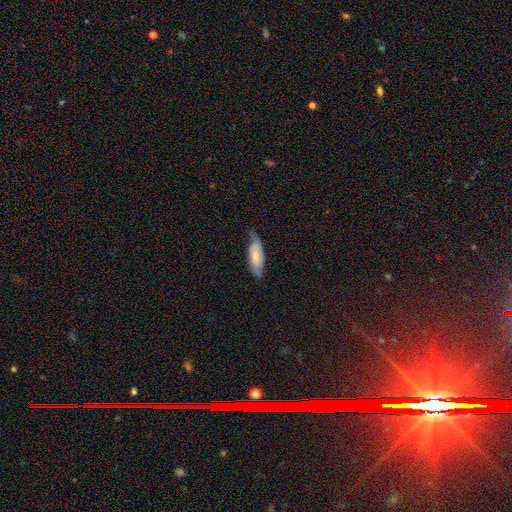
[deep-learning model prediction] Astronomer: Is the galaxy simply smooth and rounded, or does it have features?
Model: smooth — 52% (runner-up: featured or disk, 42%).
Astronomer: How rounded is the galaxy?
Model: in between — 68%.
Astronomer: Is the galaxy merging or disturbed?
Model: none — 51% (runner-up: minor disturbance, 35%).